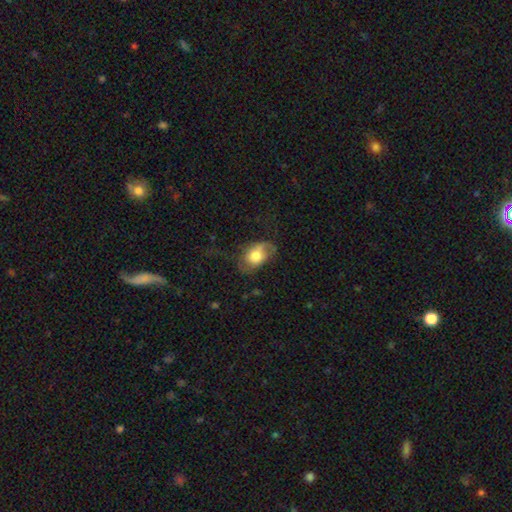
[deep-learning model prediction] smooth 60%, featured or disk 32%, star or artifact 8%. Down the decision tree: how rounded — in between (80%); merging — none (46%).